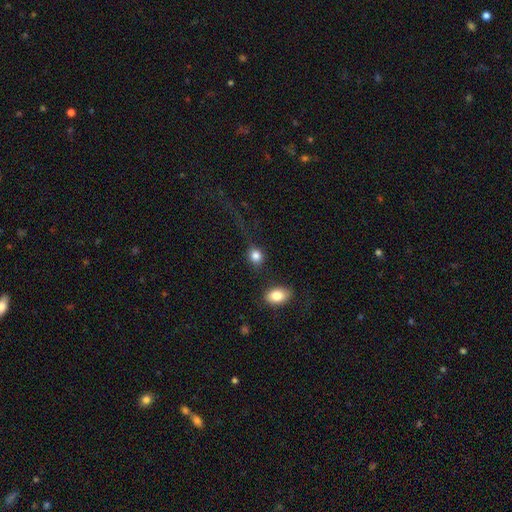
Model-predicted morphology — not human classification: Smooth or featured? smooth (82%)
How rounded? round (65%)
Merging? none (61%)